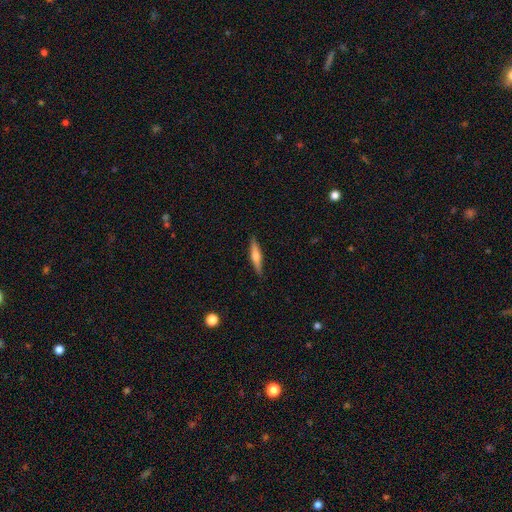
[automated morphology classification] Q: Smooth or featured?
A: featured or disk (49%); runner-up: smooth (45%)
Q: Merging?
A: none (89%); runner-up: minor disturbance (8%)